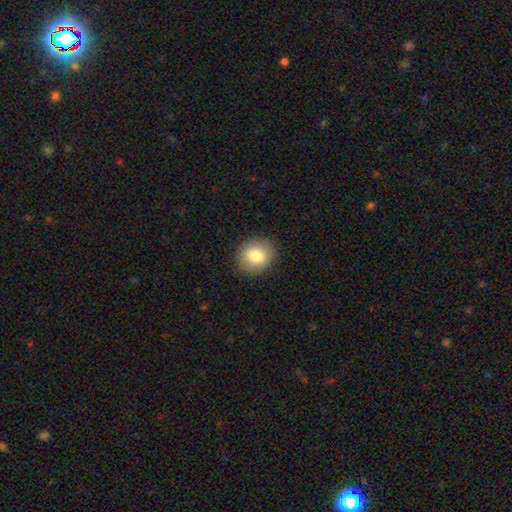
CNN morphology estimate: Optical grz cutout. It shows a smooth galaxy with no disk features (82%) that is round (77%). Merging: none (89%).